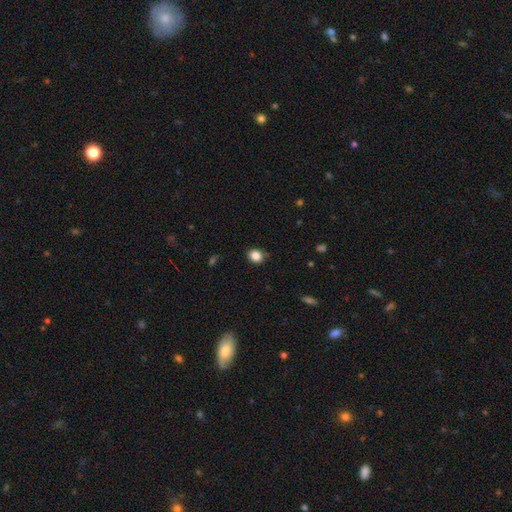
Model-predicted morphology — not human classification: smooth_or_featured: smooth (p=0.85) [alt: star or artifact p=0.11]
how_rounded: round (p=0.63) [alt: in between p=0.36]
merging: none (p=0.83) [alt: minor disturbance p=0.13]